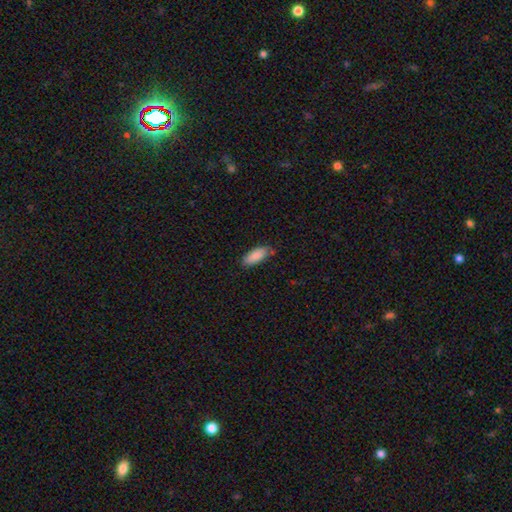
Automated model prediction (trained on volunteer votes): Overall: smooth (88%). How rounded: in between (83%). Merging: none (75%).